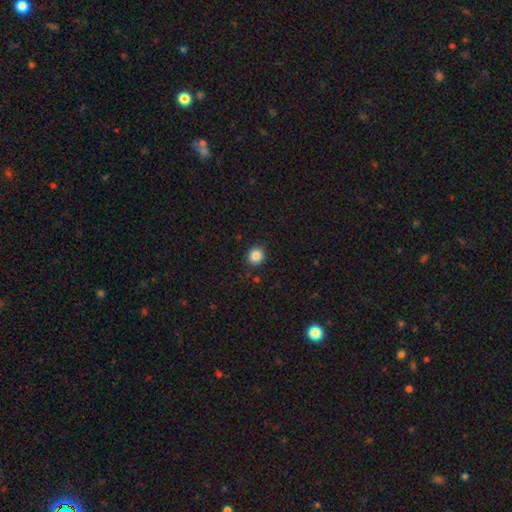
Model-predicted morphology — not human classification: Smooth or featured? smooth (86%)
How rounded? round (92%)
Merging? none (91%)